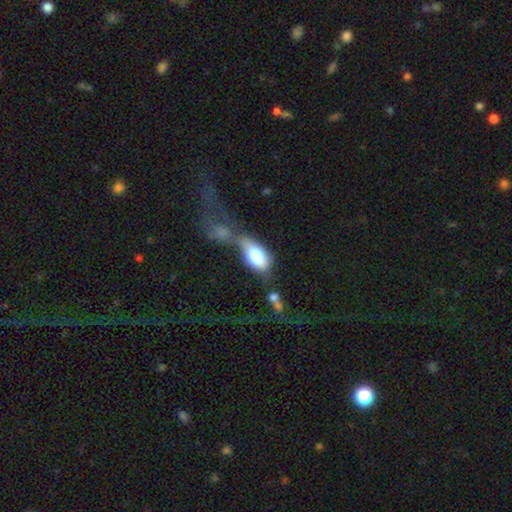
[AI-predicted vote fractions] The model was most divided on "merging": merger: 36%, major disturbance: 27%, none: 20%, minor disturbance: 16%. More confident: how rounded — in between (90%); smooth or featured — smooth (74%).